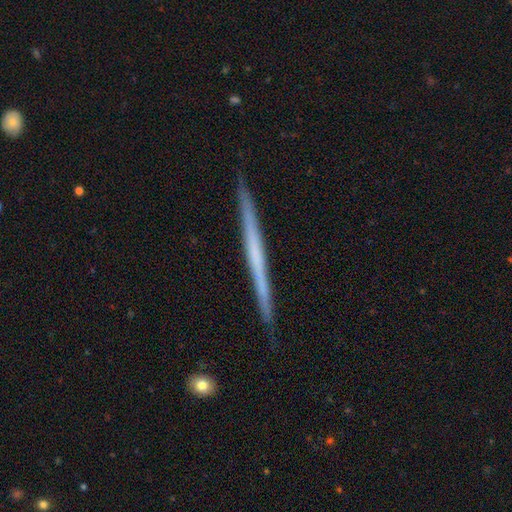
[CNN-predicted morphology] Smooth or featured?
  - featured or disk: 62% *
  - smooth: 33%
  - star or artifact: 6%
Edge-on disk?
  - yes: 98% *
  - no: 2%
Edge-on bulge?
  - none: 89% *
  - rounded: 7%
  - boxy: 4%
Merging?
  - none: 92% *
  - minor disturbance: 6%
  - merger: 1%
  - major disturbance: 1%